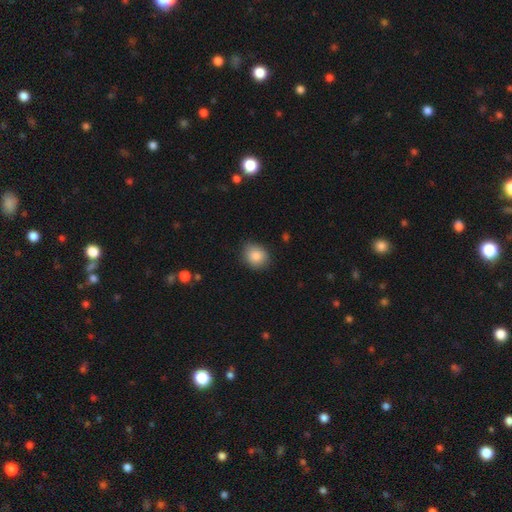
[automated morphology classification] Smooth or featured? smooth (87%)
How rounded? round (64%)
Merging? none (81%)